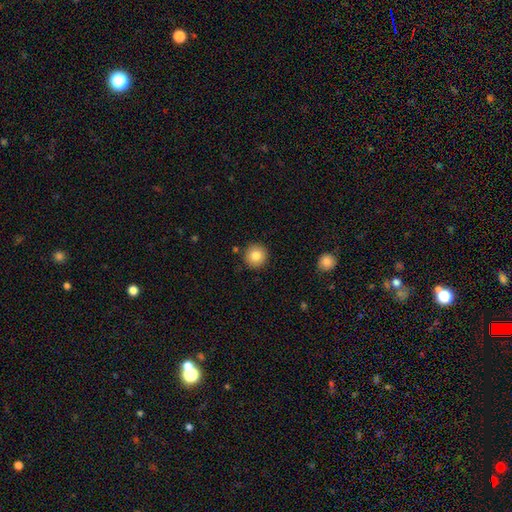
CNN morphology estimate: This appears to be a smooth galaxy with no disk features (83%) that is round (95%). Merging: none (90%).